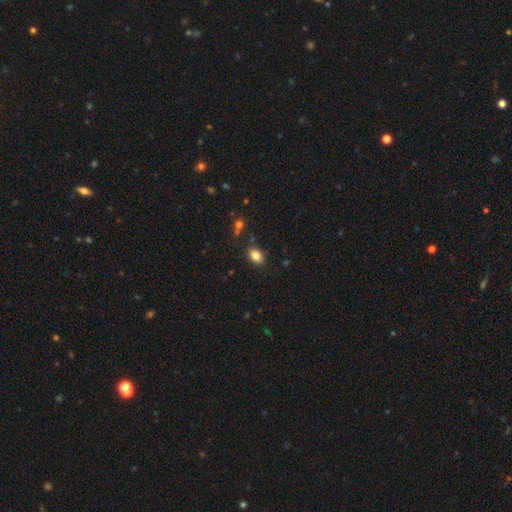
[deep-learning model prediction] A smooth galaxy with no disk features (83%) that is in between round and cigar-shaped (78%). Merging: none (84%).